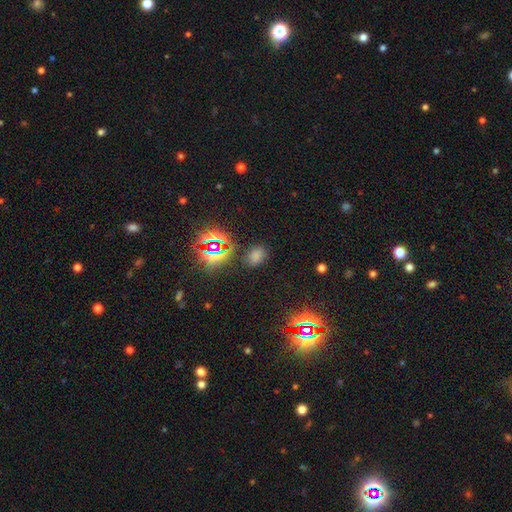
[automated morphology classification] Smooth or featured?
  - smooth: 60% *
  - star or artifact: 33%
  - featured or disk: 6%
How rounded?
  - in between: 72% *
  - round: 27%
  - cigar-shaped: 1%
Merging?
  - none: 80% *
  - minor disturbance: 12%
  - major disturbance: 4%
  - merger: 3%